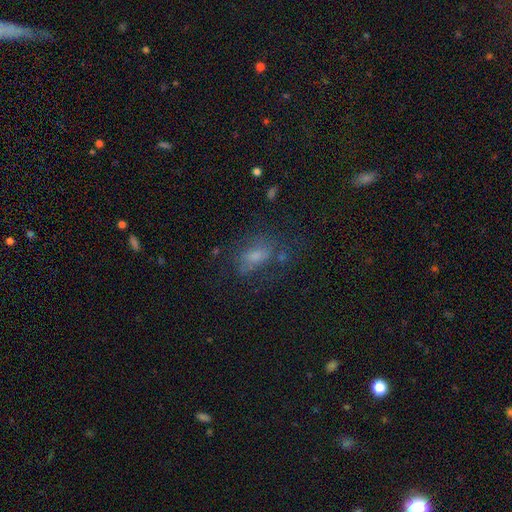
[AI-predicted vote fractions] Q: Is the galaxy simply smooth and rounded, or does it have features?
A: smooth — 52%.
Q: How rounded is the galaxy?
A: in between — 78%.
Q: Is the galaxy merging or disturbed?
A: none — 52%.